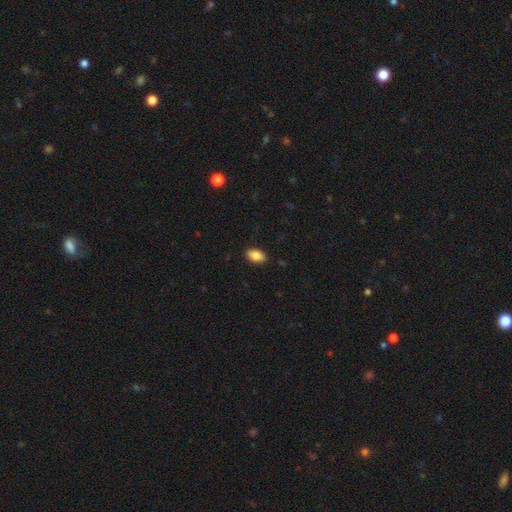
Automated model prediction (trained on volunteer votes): A smooth galaxy with no disk features (86%) that is in between round and cigar-shaped (92%). Merging: none (88%).